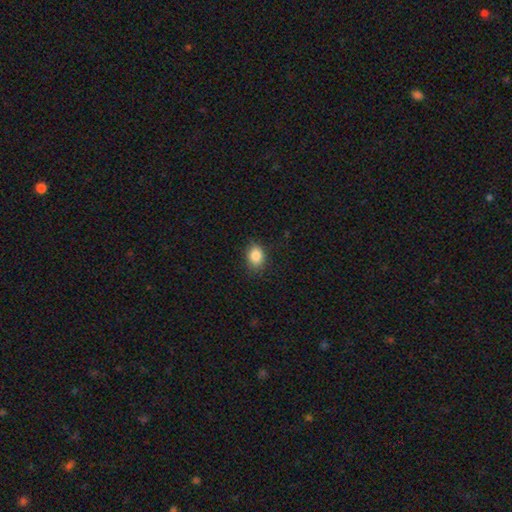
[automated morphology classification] A smooth galaxy with no disk features (86%) that is in between round and cigar-shaped (61%). Merging: none (82%).